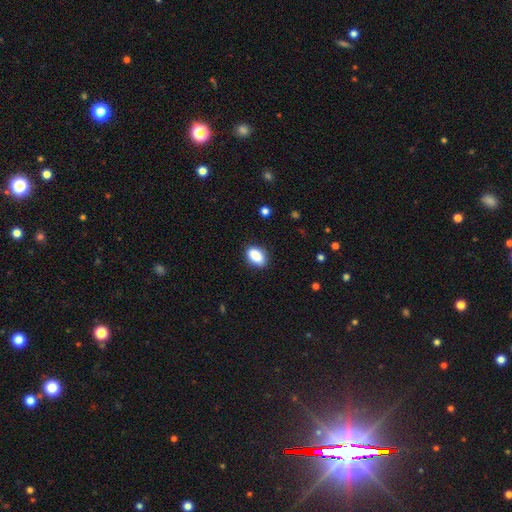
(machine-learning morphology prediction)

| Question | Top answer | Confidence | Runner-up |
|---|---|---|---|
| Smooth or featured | smooth | 89% | star or artifact (7%) |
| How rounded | in between | 89% | round (10%) |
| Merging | none | 86% | minor disturbance (11%) |